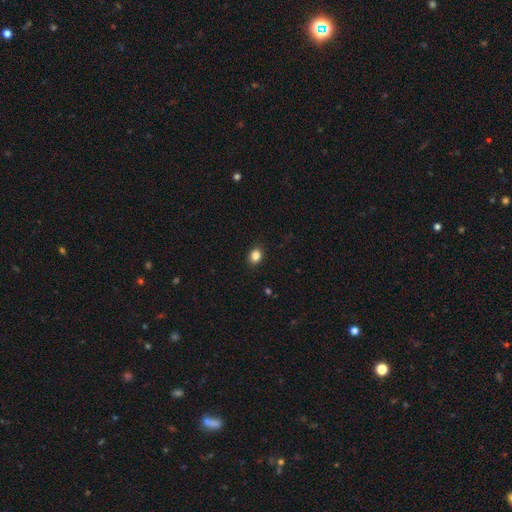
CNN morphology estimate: A smooth galaxy with no disk features (85%) that is round (50%).

Vote fractions:
- Smooth or featured? smooth: 85% / star or artifact: 10% / featured or disk: 5%
- How rounded? round: 50% / in between: 49% / cigar-shaped: 1%
- Merging? none: 90% / minor disturbance: 7% / major disturbance: 2% / merger: 1%